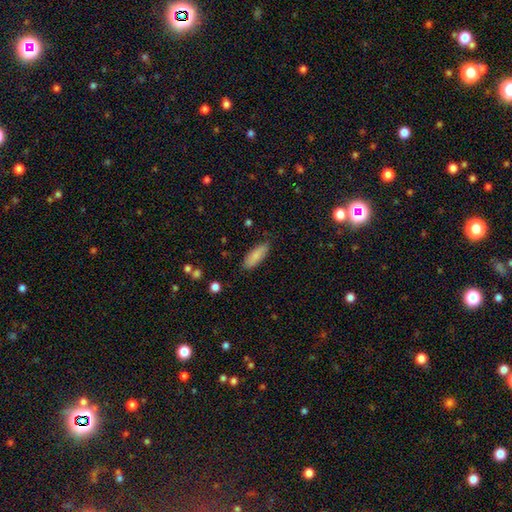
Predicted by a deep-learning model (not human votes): This appears to be a smooth galaxy with no disk features (85%) that is in between round and cigar-shaped (67%). Merging: none (83%).